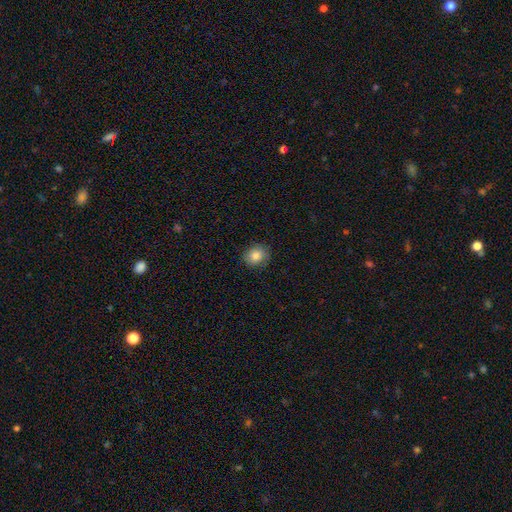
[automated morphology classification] Smooth or featured? smooth (84%)
How rounded? round (67%)
Merging? none (85%)